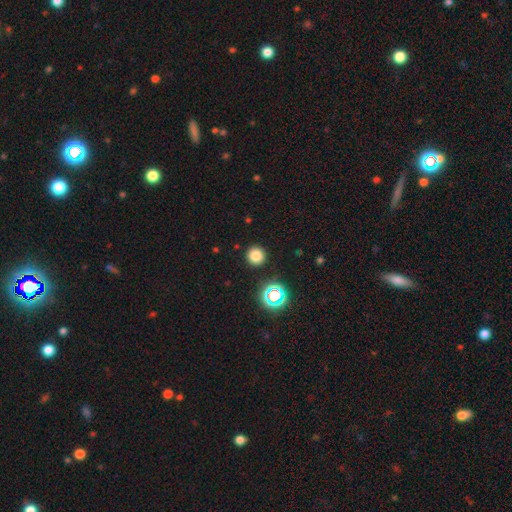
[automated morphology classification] smooth-or-featured: smooth: 76% | star or artifact: 18% | featured or disk: 5%
  how-rounded: round: 95% | in between: 4% | cigar-shaped: 1%
  merging: none: 91% | minor disturbance: 5% | major disturbance: 2% | merger: 2%